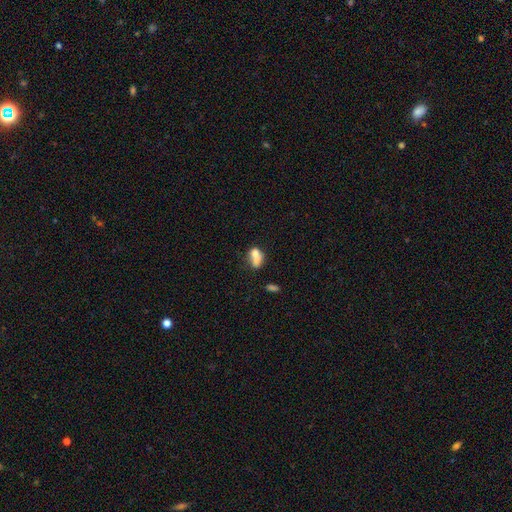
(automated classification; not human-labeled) This is likely a smooth galaxy (66%). How rounded: likely in between (66%). Merging: possibly merger (51%).